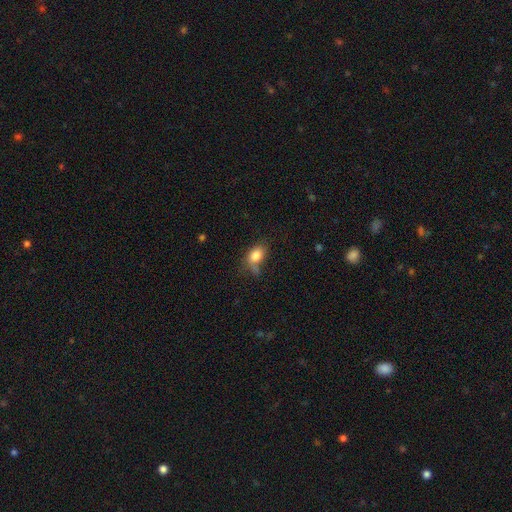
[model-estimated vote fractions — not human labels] smooth-or-featured: smooth: 82% | featured or disk: 9% | star or artifact: 9%
  how-rounded: in between: 81% | round: 17% | cigar-shaped: 2%
  merging: none: 50% | minor disturbance: 29% | major disturbance: 12% | merger: 9%